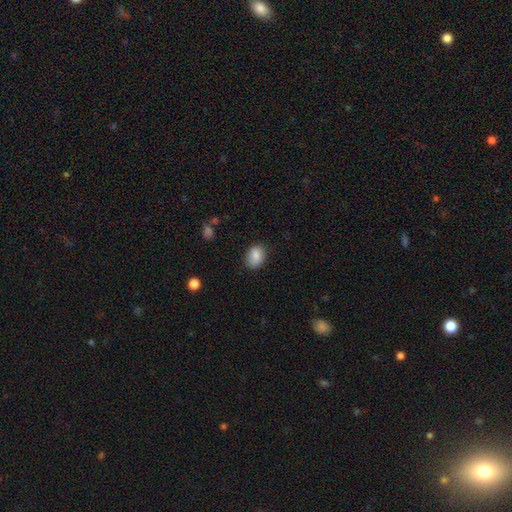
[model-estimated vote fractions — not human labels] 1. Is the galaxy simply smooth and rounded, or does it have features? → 85% smooth, 8% star or artifact, 7% featured or disk.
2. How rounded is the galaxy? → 65% in between, 34% round, 1% cigar-shaped.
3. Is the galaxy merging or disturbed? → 81% none, 14% minor disturbance, 3% major disturbance, 1% merger.